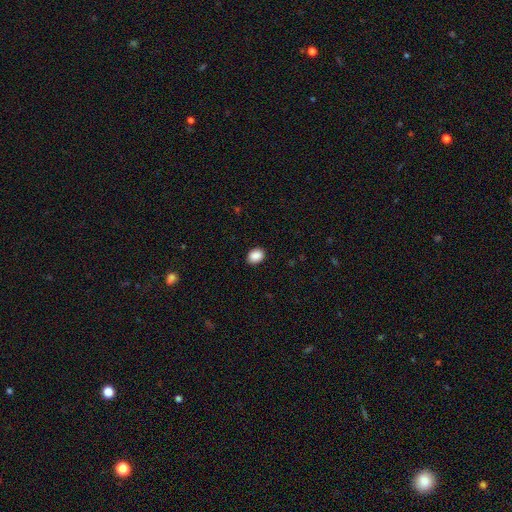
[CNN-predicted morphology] Overall: smooth (89%). How rounded: in between (63%; round 36%). Merging: none (90%).